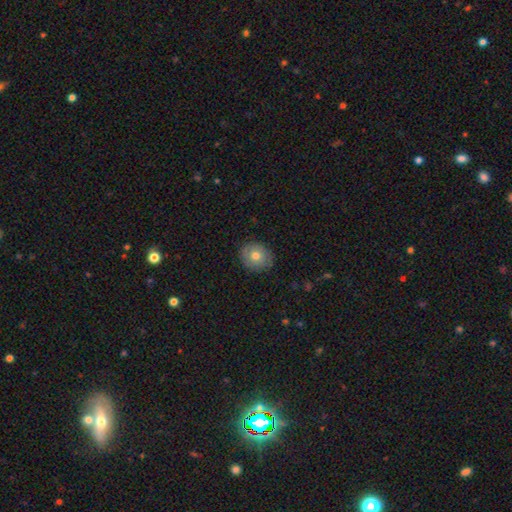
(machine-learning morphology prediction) Smooth or featured: smooth — 66% (featured or disk — 26%)
How rounded: round — 71% (in between — 28%)
Merging: none — 84% (minor disturbance — 13%)